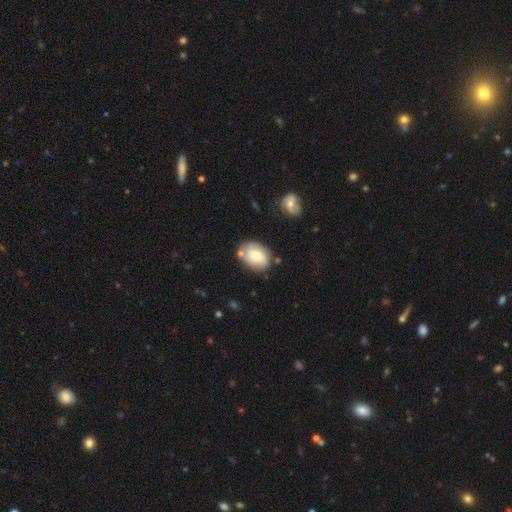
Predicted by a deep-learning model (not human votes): A smooth galaxy with no disk features (63%) that is in between round and cigar-shaped (74%). Merging: none (65%).